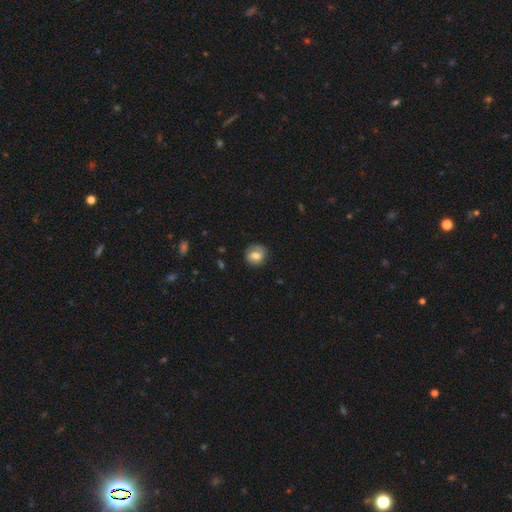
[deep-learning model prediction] A smooth galaxy with no disk features (56%) that is round (74%). Merging: none (73%).